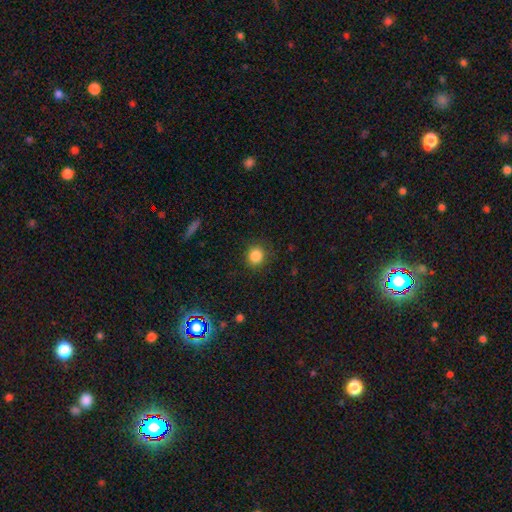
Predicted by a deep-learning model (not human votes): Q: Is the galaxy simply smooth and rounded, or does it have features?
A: smooth — 86%.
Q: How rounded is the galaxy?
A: round — 86%.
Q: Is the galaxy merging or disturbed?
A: none — 87%.